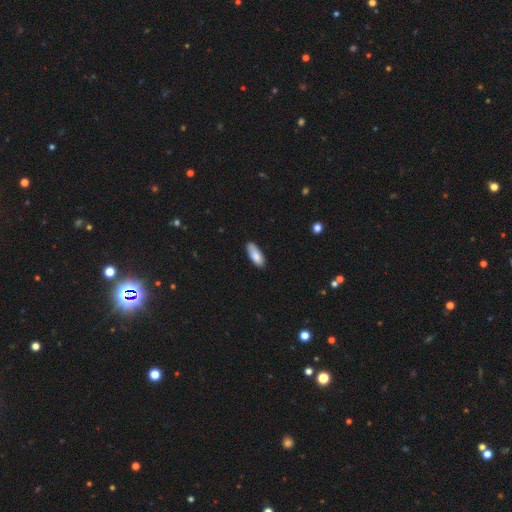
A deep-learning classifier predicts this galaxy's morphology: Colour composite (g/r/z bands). It shows a smooth galaxy with no disk features (86%) that is in between round and cigar-shaped (75%). Merging: none (81%).